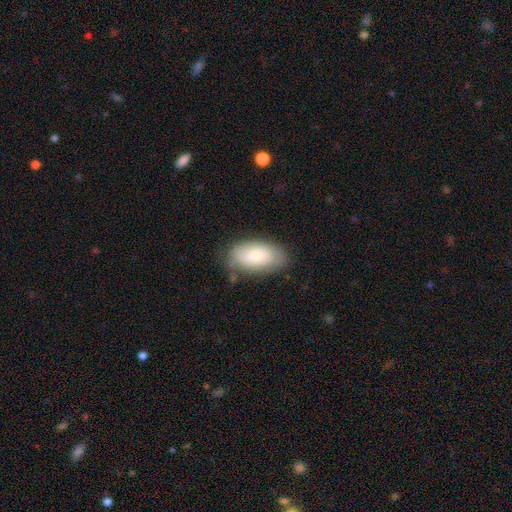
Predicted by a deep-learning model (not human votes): This appears to be a smooth galaxy with no disk features (81%) that is in between round and cigar-shaped (94%). Merging: none (72%).